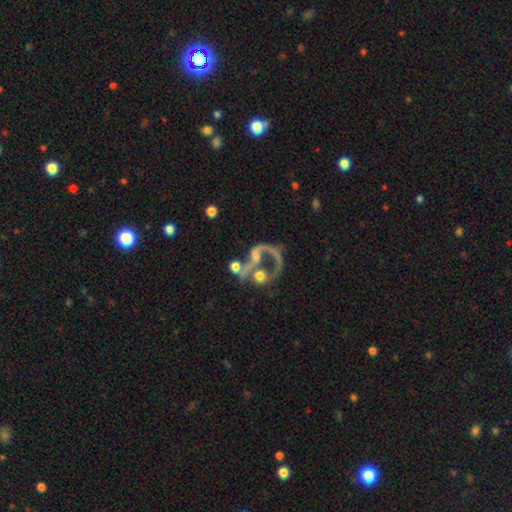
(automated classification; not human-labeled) Smooth or featured? featured or disk (70%)
Edge-on disk? no (97%)
Bar? no (66%)
Spiral arms? yes (61%)
Bulge size? moderate (33%)
Merging? merger (38%)